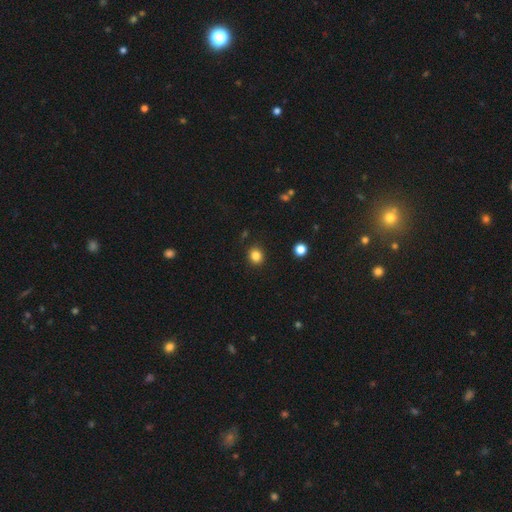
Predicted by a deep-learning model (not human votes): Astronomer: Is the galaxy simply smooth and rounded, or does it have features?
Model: smooth — 83%.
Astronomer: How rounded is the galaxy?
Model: round — 80%.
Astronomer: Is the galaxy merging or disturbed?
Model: none — 89%.